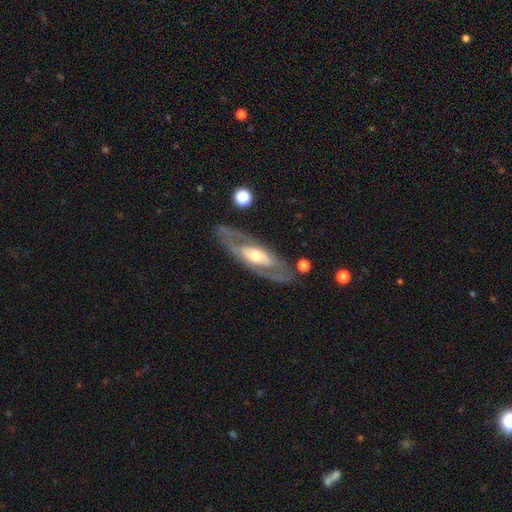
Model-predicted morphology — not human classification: smooth-or-featured: featured or disk: 73% | smooth: 23% | star or artifact: 5%
  disk-edge-on: no: 79% | yes: 21%
    bar: no: 68% | weak: 20% | strong: 12%
    has-spiral-arms: no: 61% | yes: 39%
    bulge-size: moderate: 64% | small: 20% | large: 14% | dominant: 1% | none: 1%
  merging: none: 78% | minor disturbance: 13% | major disturbance: 7% | merger: 2%